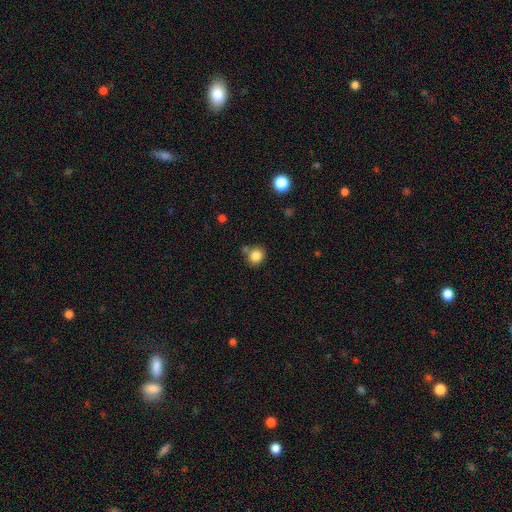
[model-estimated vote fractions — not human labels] A smooth galaxy with no disk features (84%) that is round (81%).

Vote fractions:
- Smooth or featured? smooth: 84% / star or artifact: 10% / featured or disk: 5%
- How rounded? round: 81% / in between: 18% / cigar-shaped: 1%
- Merging? none: 68% / minor disturbance: 15% / merger: 13% / major disturbance: 4%